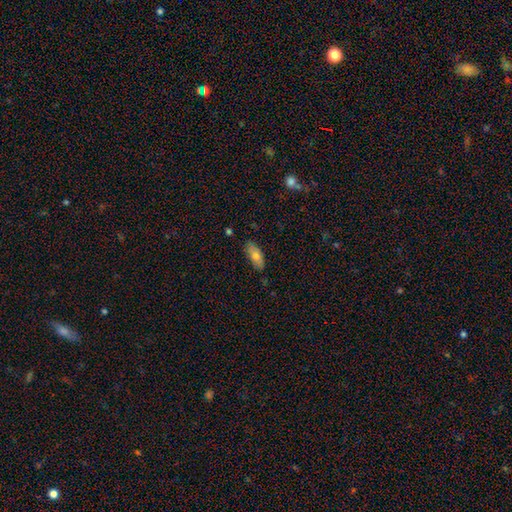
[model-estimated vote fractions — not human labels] Smooth or featured?
  - smooth: 70% *
  - featured or disk: 23%
  - star or artifact: 7%
How rounded?
  - in between: 81% *
  - cigar-shaped: 17%
  - round: 3%
Merging?
  - none: 82% *
  - minor disturbance: 14%
  - major disturbance: 2%
  - merger: 1%